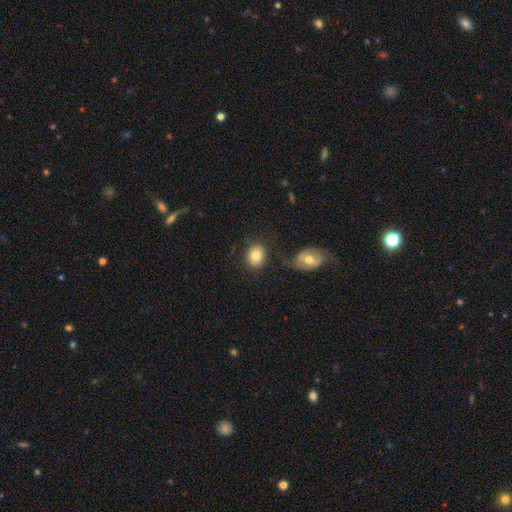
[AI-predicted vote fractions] Q: Smooth or featured?
A: smooth (80%); runner-up: featured or disk (12%)
Q: How rounded?
A: in between (50%); runner-up: round (49%)
Q: Merging?
A: none (75%); runner-up: minor disturbance (12%)